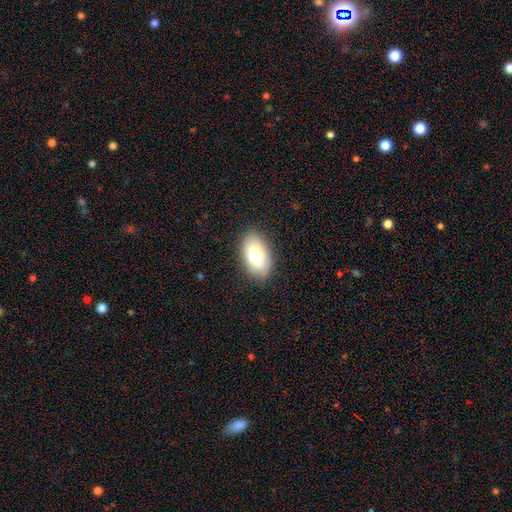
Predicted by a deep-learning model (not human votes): This appears to be a smooth galaxy with no disk features (80%) that is in between round and cigar-shaped (93%). Merging: none (85%).